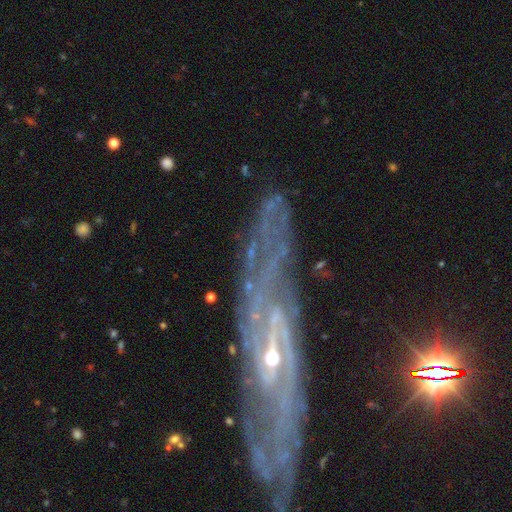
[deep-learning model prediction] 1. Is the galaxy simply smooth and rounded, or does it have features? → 84% featured or disk, 9% star or artifact, 6% smooth.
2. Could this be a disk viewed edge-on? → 76% no, 24% yes.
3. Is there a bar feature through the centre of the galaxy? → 40% no, 39% weak, 21% strong.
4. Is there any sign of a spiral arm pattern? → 94% yes, 6% no.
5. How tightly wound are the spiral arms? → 52% tight, 35% medium, 13% loose.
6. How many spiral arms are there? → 35% 2, 33% can't tell, 10% 3, 8% 4, 8% more than 4, 7% 1.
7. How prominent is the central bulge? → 74% small, 21% moderate, 2% none, 1% large, 1% dominant.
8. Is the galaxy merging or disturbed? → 77% none, 15% minor disturbance, 6% major disturbance, 2% merger.